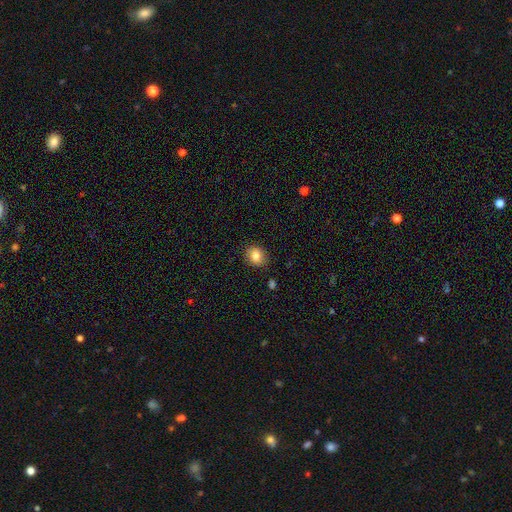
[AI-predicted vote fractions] Q: Smooth or featured?
A: smooth (82%); runner-up: star or artifact (10%)
Q: How rounded?
A: round (65%); runner-up: in between (34%)
Q: Merging?
A: none (86%); runner-up: minor disturbance (10%)